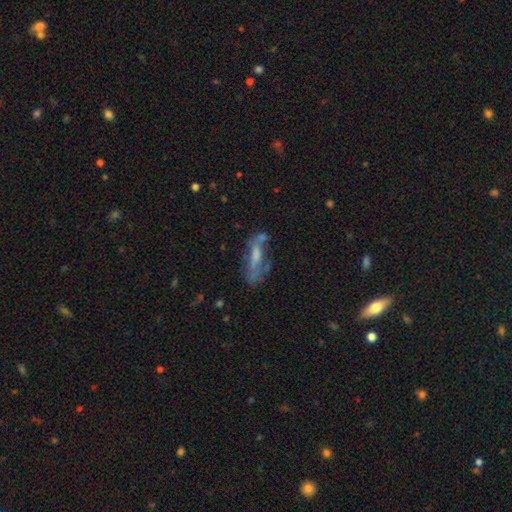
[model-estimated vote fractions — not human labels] This appears to be a featured or disk galaxy (51%). Merging: none (44%).